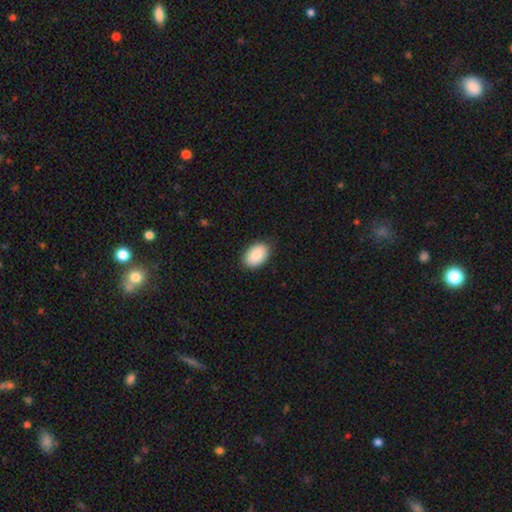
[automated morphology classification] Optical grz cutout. It shows a smooth galaxy with no disk features (87%) that is in between round and cigar-shaped (89%). Merging: none (87%).